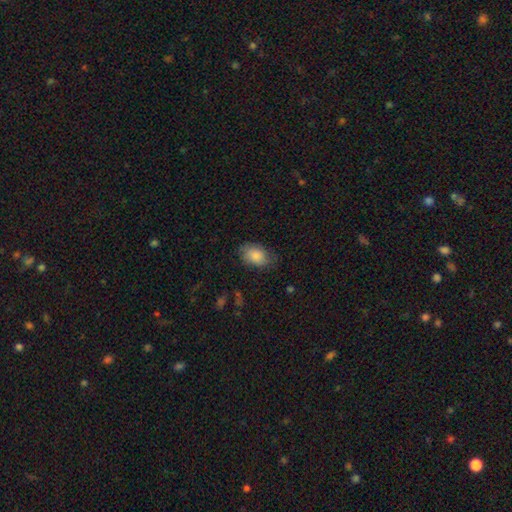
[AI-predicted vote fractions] Smooth or featured? smooth (82%)
How rounded? in between (86%)
Merging? none (70%)